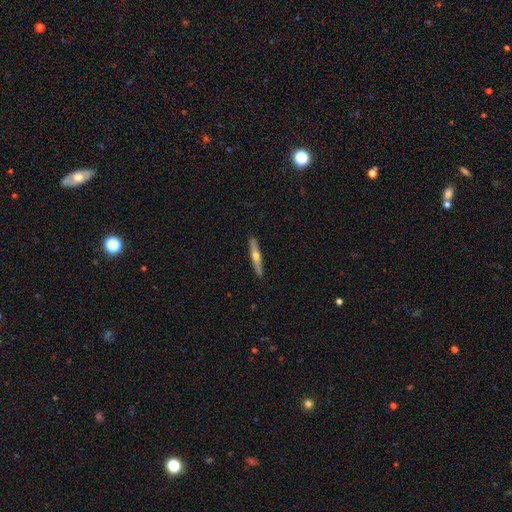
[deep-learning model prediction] This appears to be a featured or disk galaxy (53%) viewed edge-on (94%). Merging: none (91%).